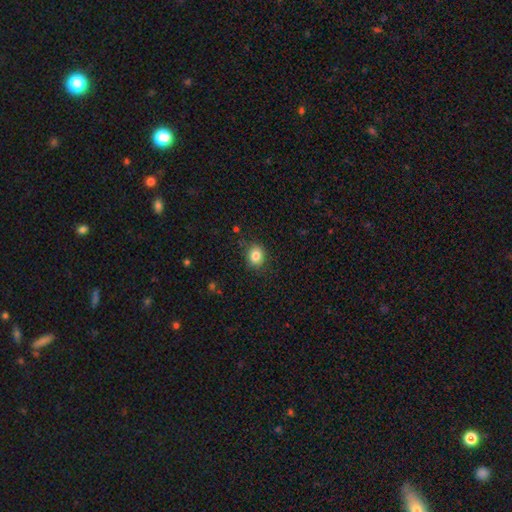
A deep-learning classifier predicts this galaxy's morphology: This appears to be a smooth galaxy with no disk features (84%) that is round (64%). Merging: none (85%).